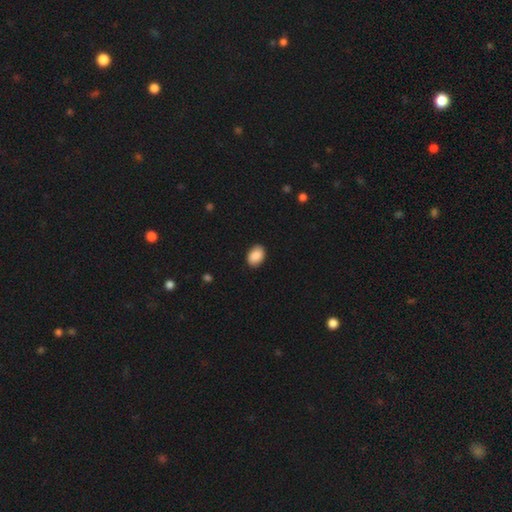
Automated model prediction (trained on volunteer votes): This is clearly a smooth galaxy (89%). How rounded: clearly in between (82%). Merging: clearly none (89%).